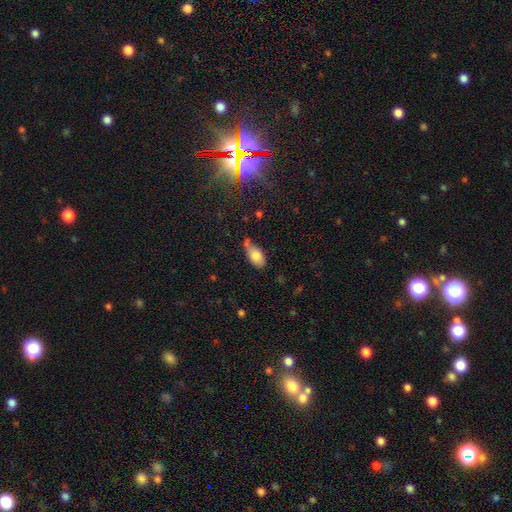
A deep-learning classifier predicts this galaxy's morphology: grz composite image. It shows a smooth galaxy with no disk features (79%) that is in between round and cigar-shaped (91%). Merging: none (47%).